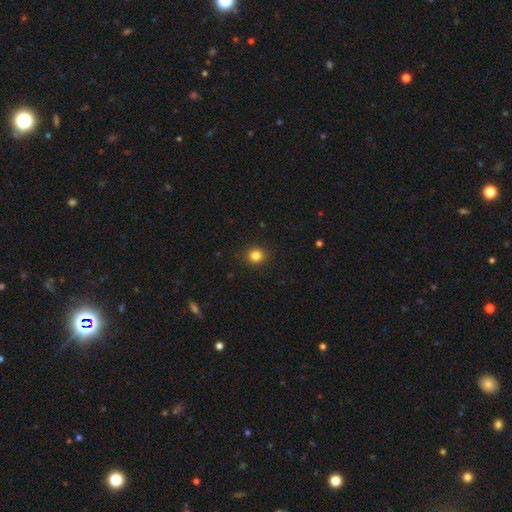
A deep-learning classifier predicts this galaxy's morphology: Smooth or featured? Predicted: smooth (p=0.83). How rounded? Predicted: round (p=0.90). Merging? Predicted: none (p=0.92).